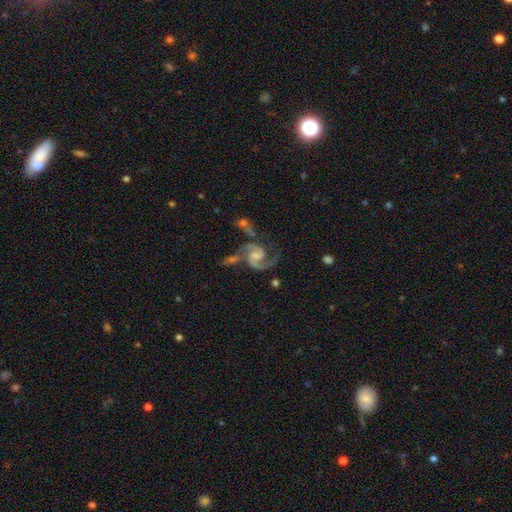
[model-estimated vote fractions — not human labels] featured or disk 92%, star or artifact 5%, smooth 3%. Down the decision tree: edge-on disk — no (98%); bar — weak (44%); spiral arms — yes (98%); spiral arm count — 2 (93%); spiral winding — medium (62%); bulge size — small (48%); merging — none (49%).